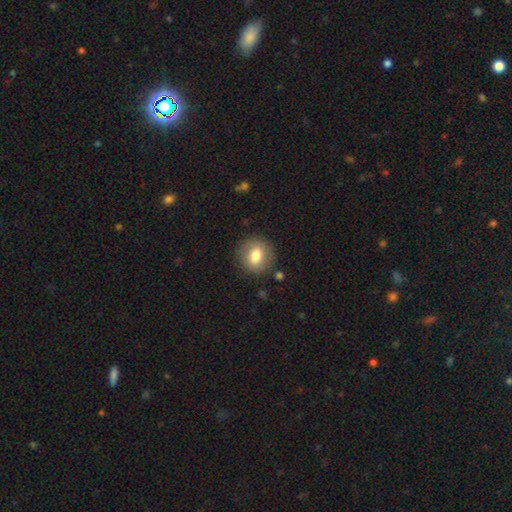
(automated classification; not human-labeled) smooth 78%, featured or disk 14%, star or artifact 8%. Down the decision tree: how rounded — round (83%); merging — none (87%).